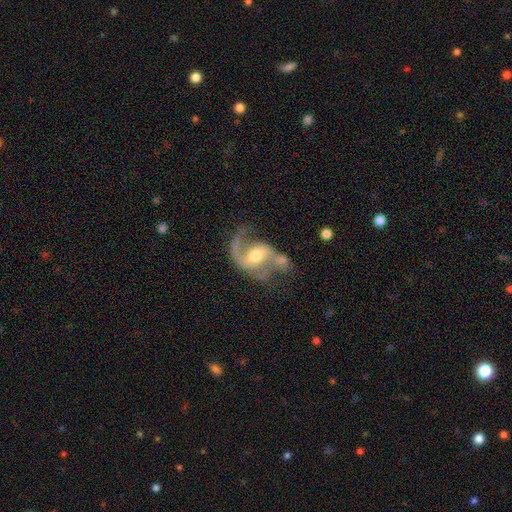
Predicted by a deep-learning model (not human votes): This is clearly a featured or disk galaxy (88%). It is clearly not viewed edge-on (97%). Bar: possibly weak (49%). Spiral arm pattern: clearly yes (96%). Spiral arm count: clearly 2 (85%). Spiral winding: possibly loose (47%). Central bulge: likely moderate (68%). Merging: possibly none (49%).